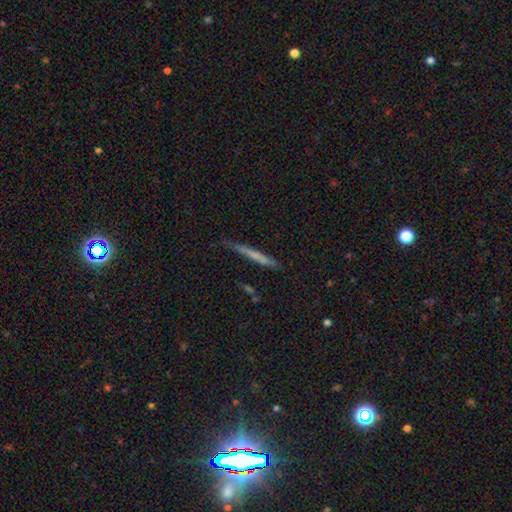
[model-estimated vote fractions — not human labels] Overall: smooth (56%; featured or disk 37%). How rounded: cigar-shaped (96%). Merging: none (81%).